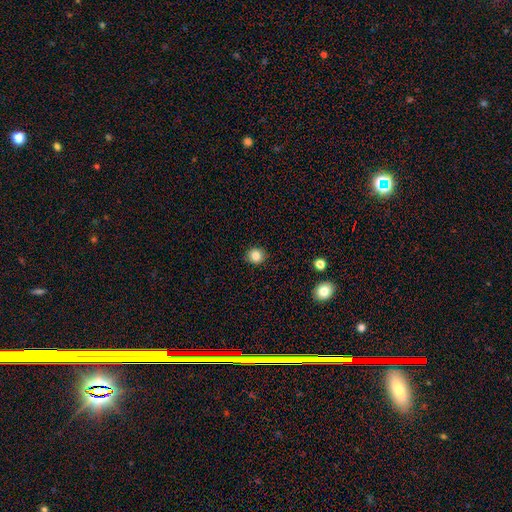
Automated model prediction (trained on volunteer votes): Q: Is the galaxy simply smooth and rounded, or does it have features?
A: smooth — 84%.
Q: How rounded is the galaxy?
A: round — 89%.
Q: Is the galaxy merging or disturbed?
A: none — 91%.